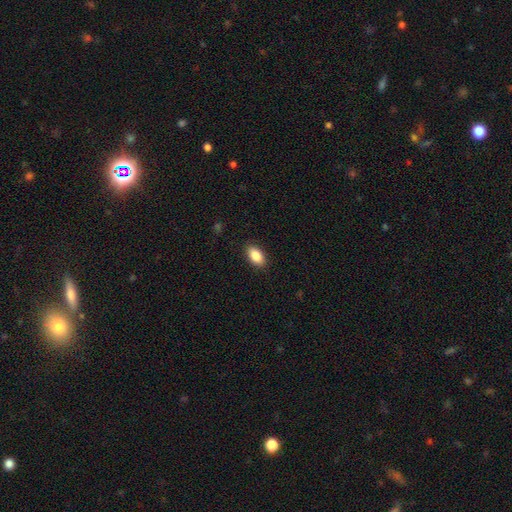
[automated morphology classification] smooth_or_featured: smooth (p=0.87) [alt: star or artifact p=0.07]
how_rounded: in between (p=0.92) [alt: round p=0.05]
merging: none (p=0.89) [alt: minor disturbance p=0.08]